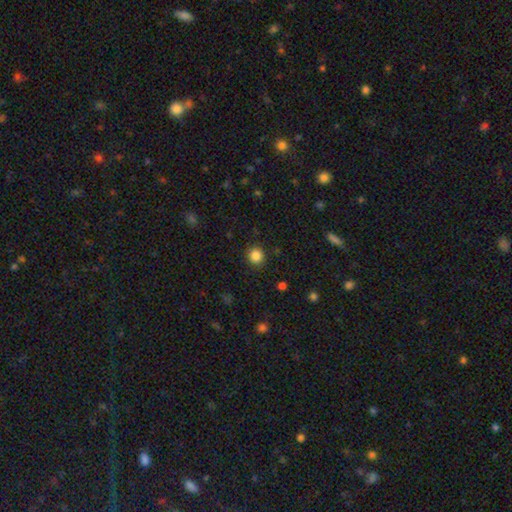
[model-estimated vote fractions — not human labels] Smooth or featured: smooth — 86% (star or artifact — 11%)
How rounded: round — 91% (in between — 8%)
Merging: none — 91% (minor disturbance — 6%)